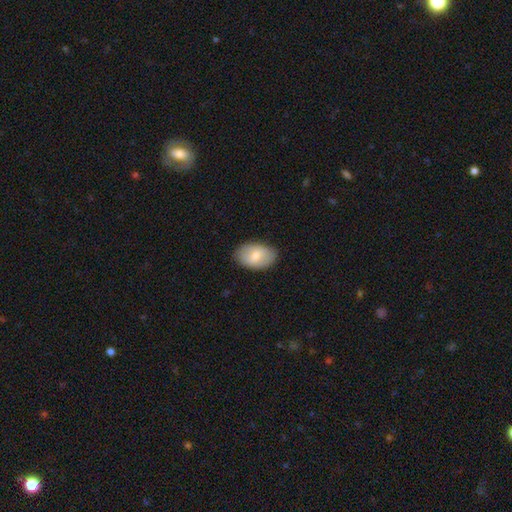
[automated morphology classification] Smooth or featured? smooth (73%)
How rounded? in between (90%)
Merging? none (84%)